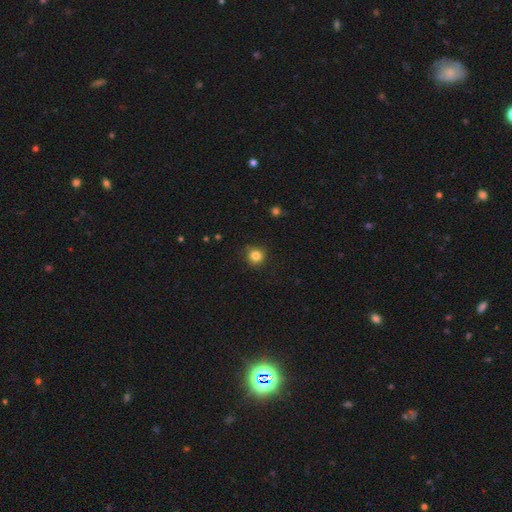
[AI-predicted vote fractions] Smooth or featured? Predicted: smooth (p=0.83). How rounded? Predicted: round (p=0.93). Merging? Predicted: none (p=0.87).